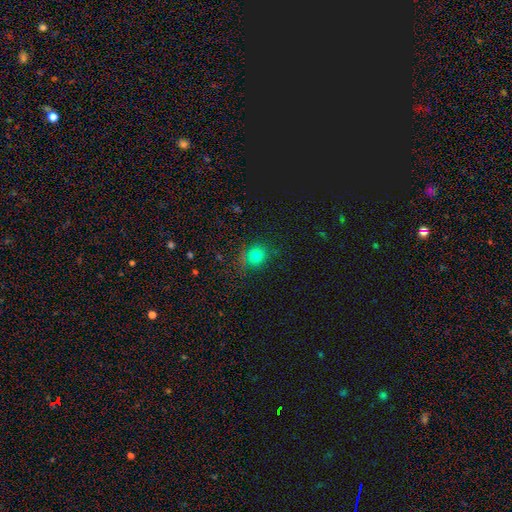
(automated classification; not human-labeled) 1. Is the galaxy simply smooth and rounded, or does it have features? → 76% smooth, 17% star or artifact, 7% featured or disk.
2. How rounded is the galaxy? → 83% round, 16% in between, 1% cigar-shaped.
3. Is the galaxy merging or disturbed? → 79% none, 14% minor disturbance, 5% major disturbance, 2% merger.